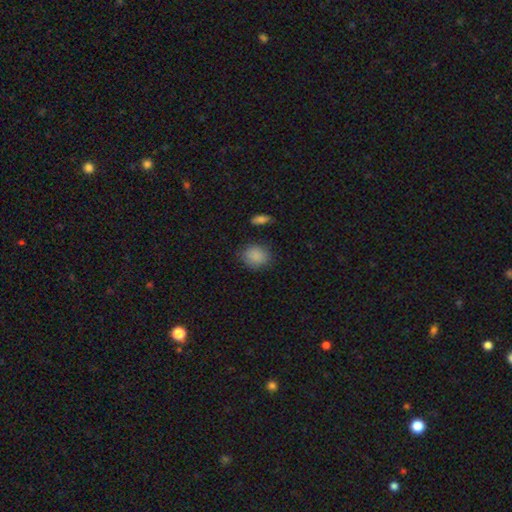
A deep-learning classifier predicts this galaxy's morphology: The model was most divided on "how rounded": round: 69%, in between: 30%, cigar-shaped: 1%. More confident: smooth or featured — smooth (87%); merging — none (80%).